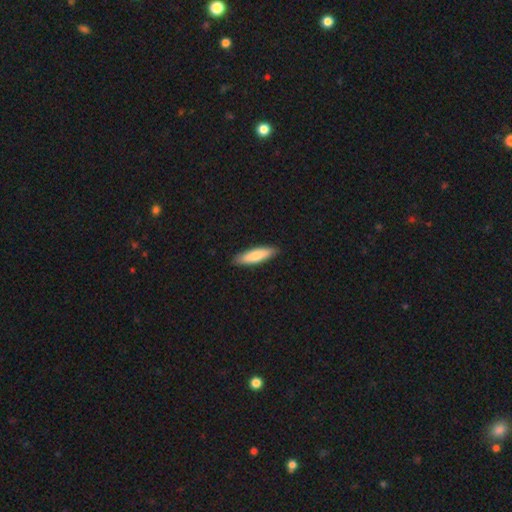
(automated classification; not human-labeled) smooth_or_featured: smooth (p=0.78) [alt: featured or disk p=0.17]
how_rounded: cigar-shaped (p=0.64) [alt: in between p=0.34]
merging: none (p=0.89) [alt: minor disturbance p=0.09]